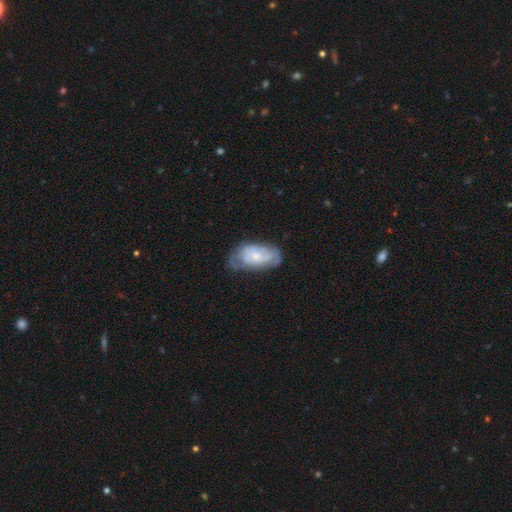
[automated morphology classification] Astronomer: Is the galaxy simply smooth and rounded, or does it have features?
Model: featured or disk — 54% (runner-up: smooth, 39%).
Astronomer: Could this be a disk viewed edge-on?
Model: no — 94%.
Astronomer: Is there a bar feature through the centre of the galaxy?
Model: no — 78%.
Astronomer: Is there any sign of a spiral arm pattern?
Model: yes — 64%.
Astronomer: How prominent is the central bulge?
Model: small — 59%.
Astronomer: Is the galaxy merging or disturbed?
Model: none — 51% (runner-up: minor disturbance, 32%).